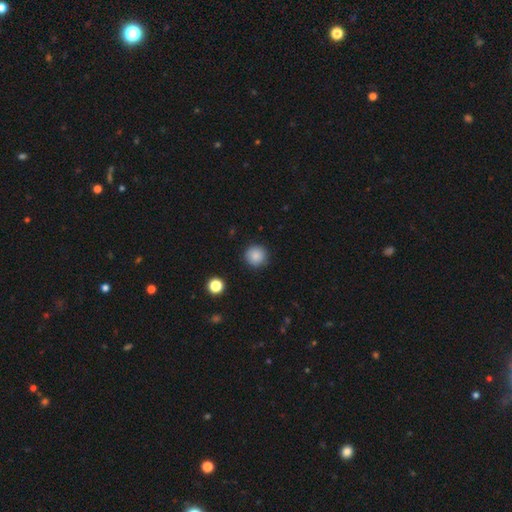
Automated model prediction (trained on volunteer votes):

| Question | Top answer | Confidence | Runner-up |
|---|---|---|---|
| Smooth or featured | smooth | 87% | star or artifact (9%) |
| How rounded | round | 95% | in between (4%) |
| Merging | none | 91% | minor disturbance (6%) |